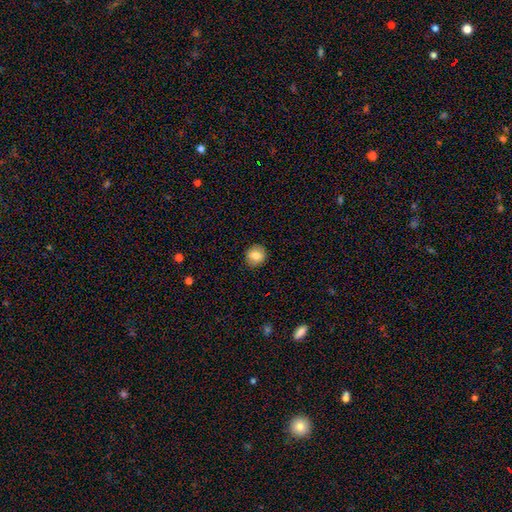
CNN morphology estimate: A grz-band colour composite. It shows a smooth galaxy with no disk features (79%) that is round (82%). Merging: none (89%).